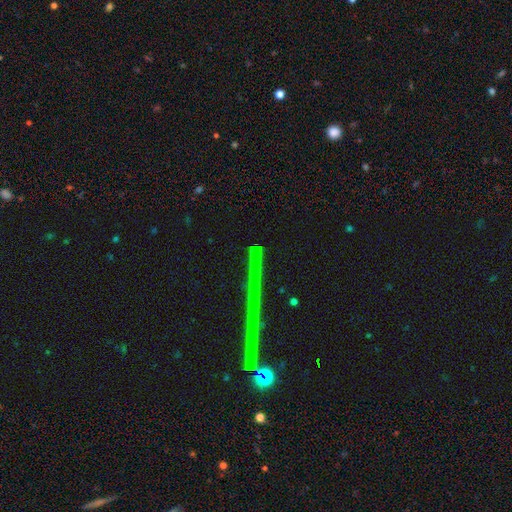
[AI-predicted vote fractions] A star or artifact, not a galaxy (72%).